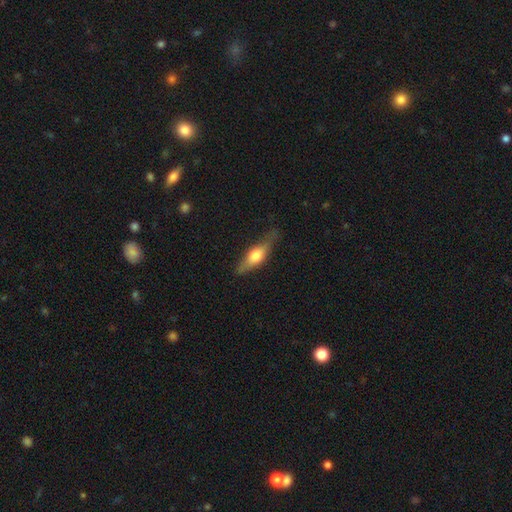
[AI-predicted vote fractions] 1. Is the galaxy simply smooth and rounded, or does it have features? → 48% smooth, 46% featured or disk, 6% star or artifact.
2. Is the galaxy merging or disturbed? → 74% none, 20% minor disturbance, 5% major disturbance, 1% merger.